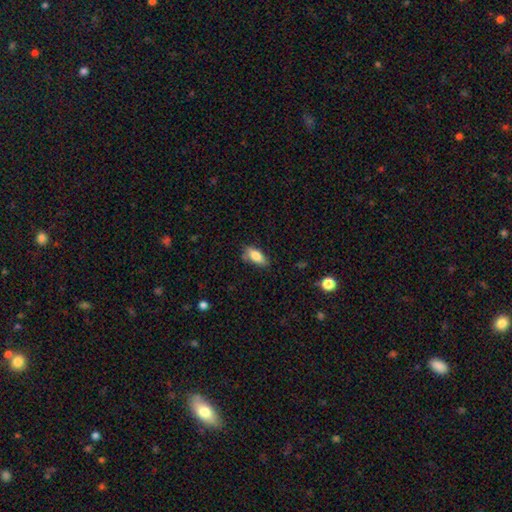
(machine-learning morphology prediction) type=smooth (79%); roundness=in between (79%); merging=none (74%).